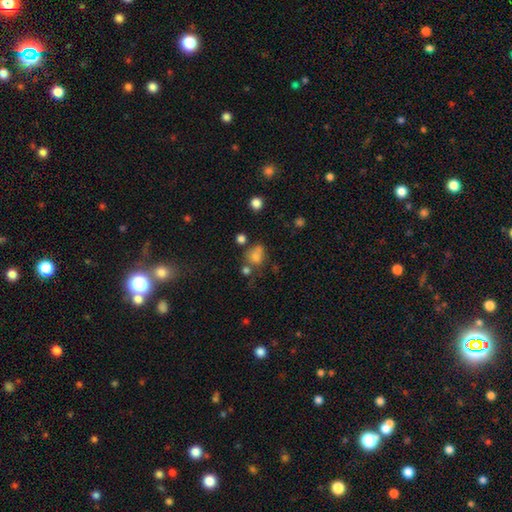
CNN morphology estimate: A smooth galaxy with no disk features (71%) that is round (52%). Merging: none (41%).